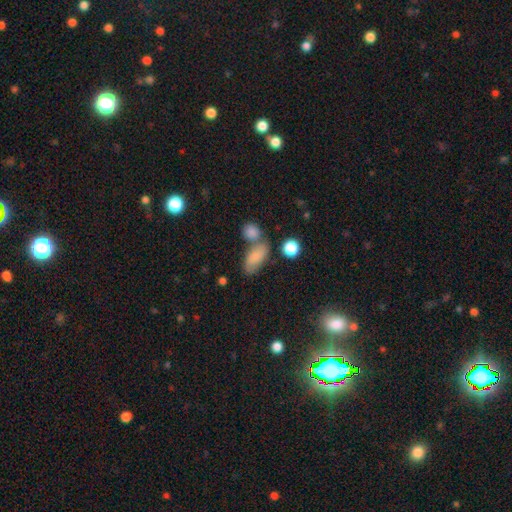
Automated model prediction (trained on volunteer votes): This appears to be a smooth galaxy with no disk features (73%) that is in between round and cigar-shaped (85%). Merging: none (49%).